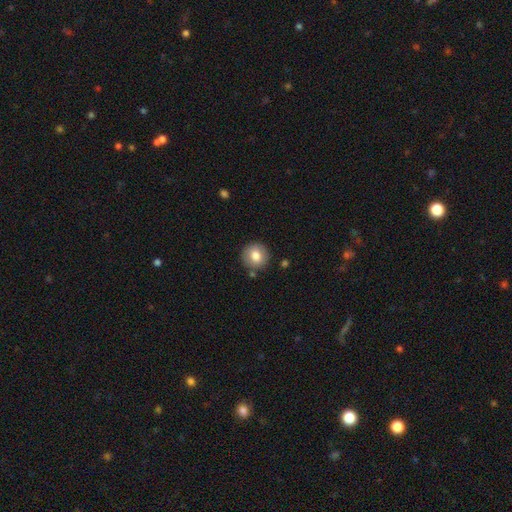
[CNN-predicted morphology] A smooth galaxy with no disk features (80%) that is round (92%). Merging: none (86%).